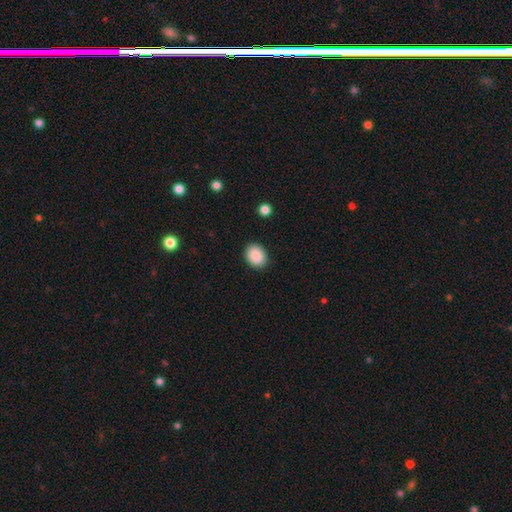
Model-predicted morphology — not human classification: A smooth galaxy with no disk features (89%) that is in between round and cigar-shaped (53%).

Vote fractions:
- Smooth or featured? smooth: 89% / star or artifact: 7% / featured or disk: 3%
- How rounded? in between: 53% / round: 46% / cigar-shaped: 1%
- Merging? none: 89% / minor disturbance: 8% / major disturbance: 2% / merger: 1%